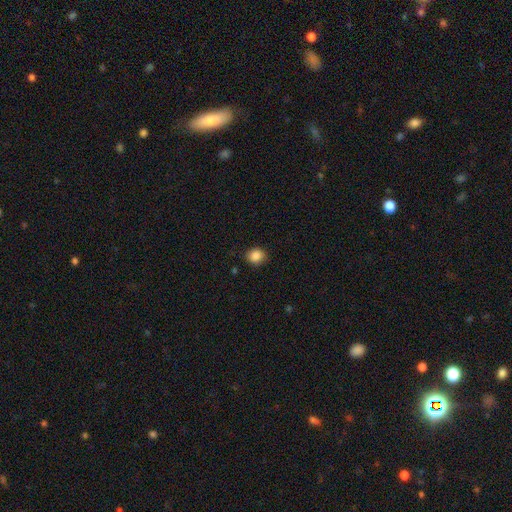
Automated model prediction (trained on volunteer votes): smooth 87%, star or artifact 10%, featured or disk 4%. Down the decision tree: how rounded — round (72%); merging — none (86%).